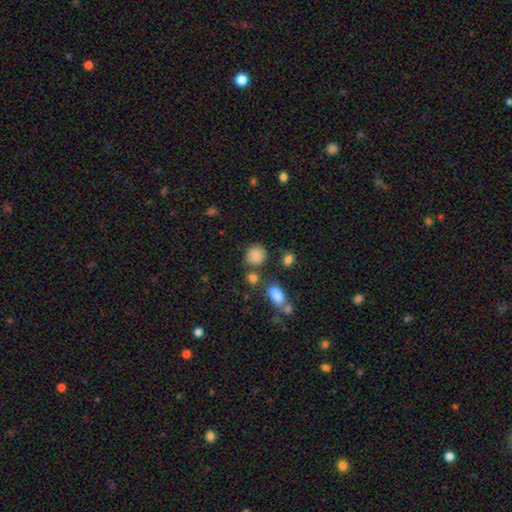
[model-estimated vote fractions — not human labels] This appears to be a smooth galaxy with no disk features (83%) that is round (80%). Merging: none (72%).